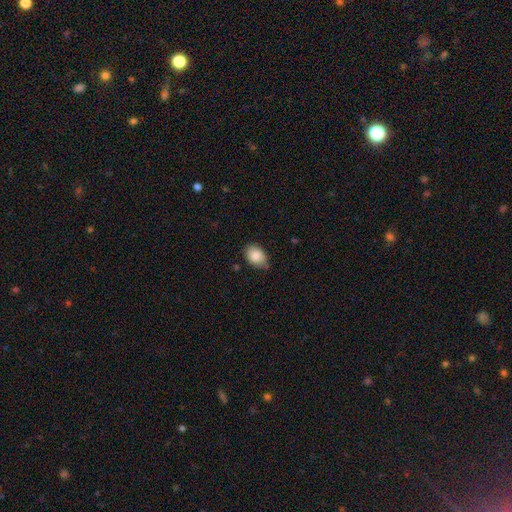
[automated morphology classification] Overall: smooth (87%). How rounded: in between (80%). Merging: none (68%).